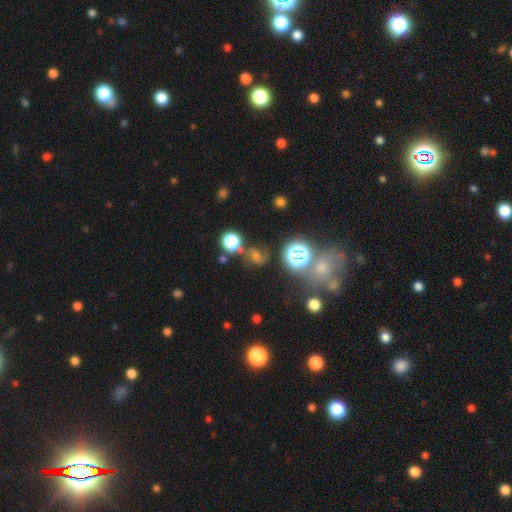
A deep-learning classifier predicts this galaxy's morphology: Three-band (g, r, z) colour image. It shows a star or artifact, not a galaxy (44%).